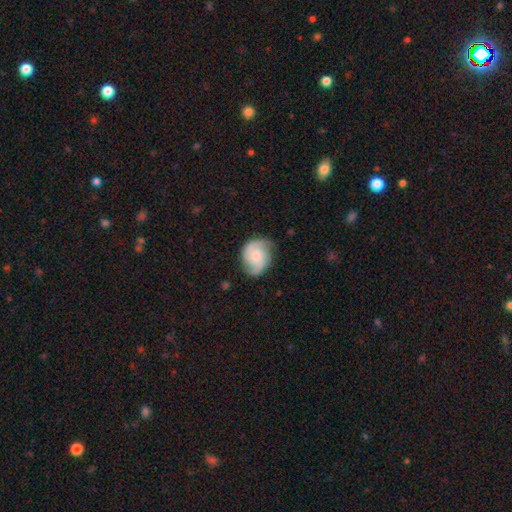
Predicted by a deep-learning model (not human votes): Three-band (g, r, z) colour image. It shows a featured or disk galaxy (72%) with no bar (65%), 2 (70%) medium (49%) spiral arms (96%) and a small central bulge (47%). Merging: none (74%).